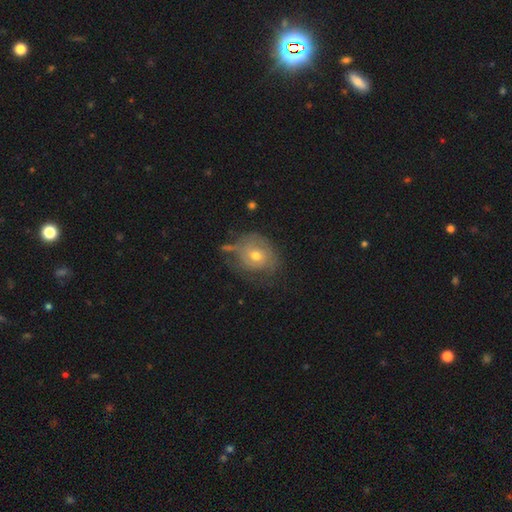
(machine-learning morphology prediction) Smooth or featured?
  - featured or disk: 50% *
  - smooth: 40%
  - star or artifact: 10%
Edge-on disk?
  - no: 95% *
  - yes: 5%
Merging?
  - none: 52% *
  - minor disturbance: 27%
  - major disturbance: 16%
  - merger: 5%